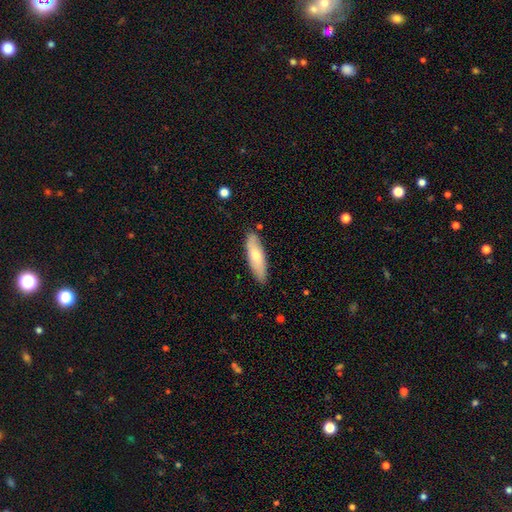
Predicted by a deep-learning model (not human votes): smooth_or_featured: smooth (p=0.65) [alt: featured or disk p=0.29]
how_rounded: cigar-shaped (p=0.54) [alt: in between p=0.44]
merging: none (p=0.84) [alt: minor disturbance p=0.12]